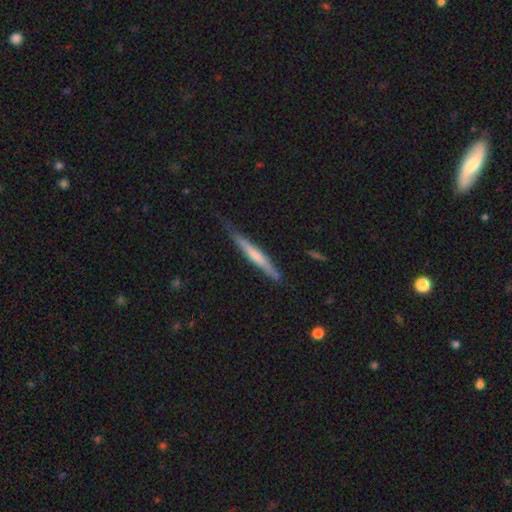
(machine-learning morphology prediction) Smooth or featured? smooth (48%)
Merging? none (73%)